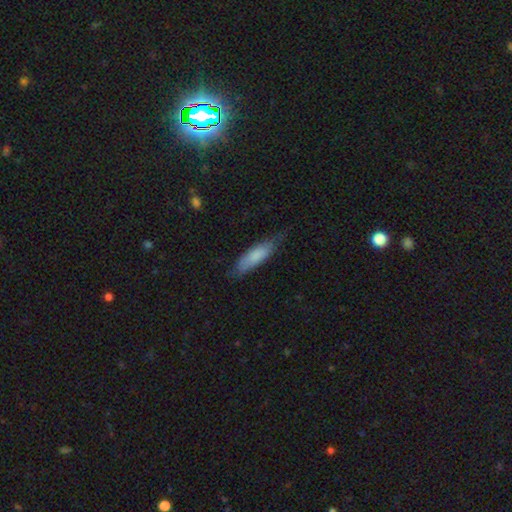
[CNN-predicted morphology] A smooth galaxy with no disk features (78%) that is cigar-shaped (51%).

Vote fractions:
- Smooth or featured? smooth: 78% / featured or disk: 16% / star or artifact: 6%
- How rounded? cigar-shaped: 51% / in between: 48% / round: 2%
- Merging? none: 64% / minor disturbance: 28% / major disturbance: 7% / merger: 1%